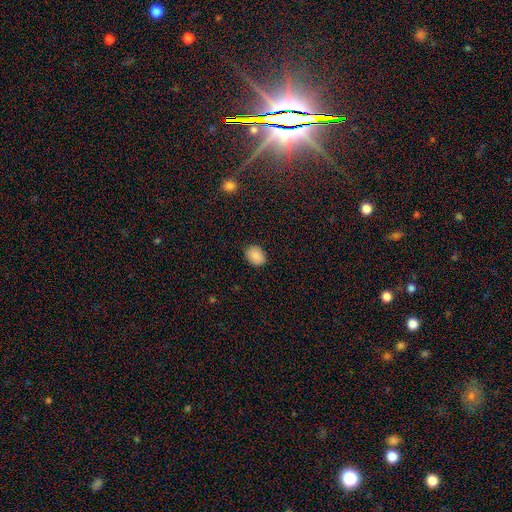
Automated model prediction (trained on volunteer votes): Q: Smooth or featured?
A: smooth (88%); runner-up: star or artifact (8%)
Q: How rounded?
A: in between (64%); runner-up: round (35%)
Q: Merging?
A: none (87%); runner-up: minor disturbance (10%)